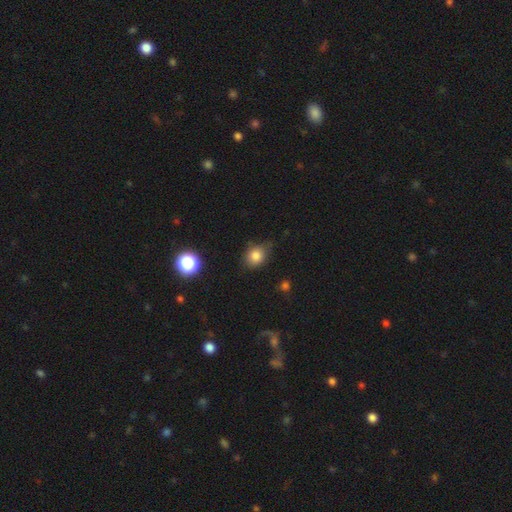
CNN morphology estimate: The model was most divided on "how rounded": round: 54%, in between: 45%, cigar-shaped: 1%. More confident: smooth or featured — smooth (82%); merging — none (67%).